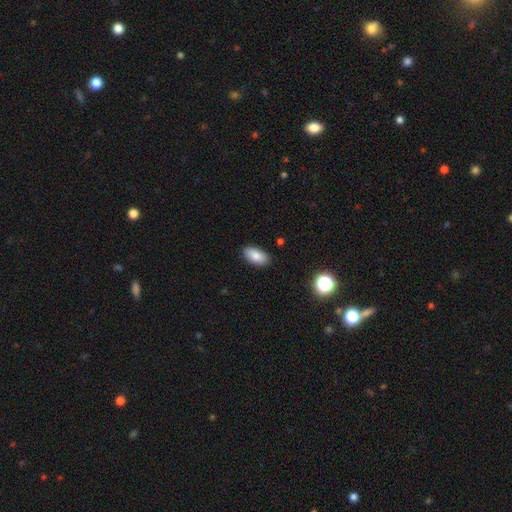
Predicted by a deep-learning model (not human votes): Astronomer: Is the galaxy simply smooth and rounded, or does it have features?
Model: smooth — 84%.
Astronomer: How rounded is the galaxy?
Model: in between — 93%.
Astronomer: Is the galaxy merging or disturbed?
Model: none — 88%.